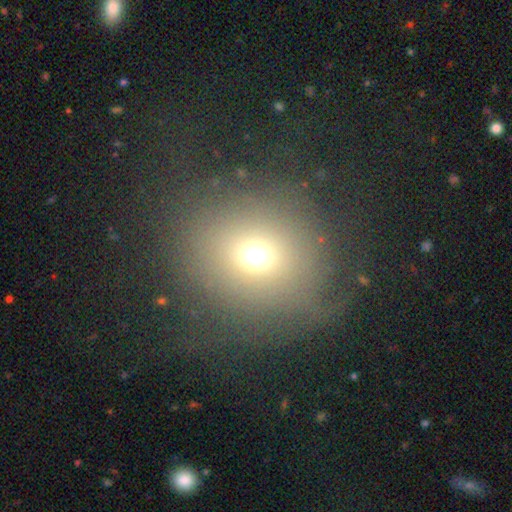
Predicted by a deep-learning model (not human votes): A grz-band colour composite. It shows a smooth galaxy with no disk features (65%) that is round (86%). Merging: none (66%).